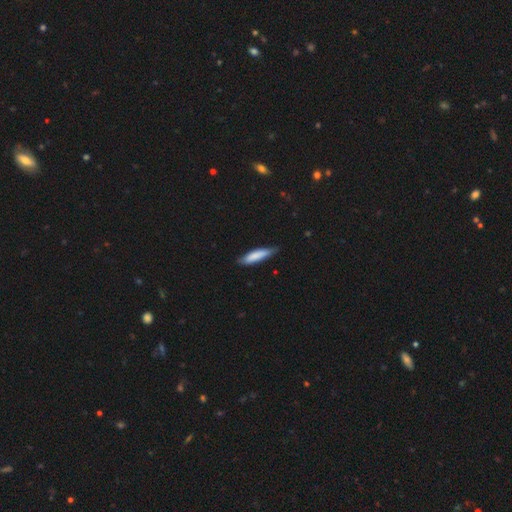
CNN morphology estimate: Q: Smooth or featured?
A: smooth (79%); runner-up: featured or disk (16%)
Q: How rounded?
A: cigar-shaped (79%); runner-up: in between (20%)
Q: Merging?
A: none (75%); runner-up: minor disturbance (21%)